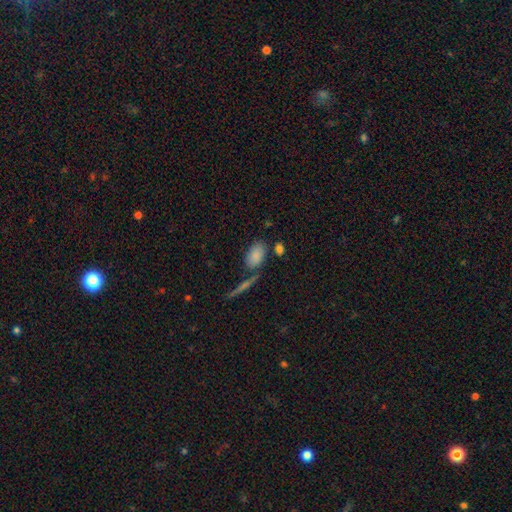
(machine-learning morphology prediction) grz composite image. It shows a smooth galaxy with no disk features (85%) that is in between round and cigar-shaped (90%). Merging: none (67%).